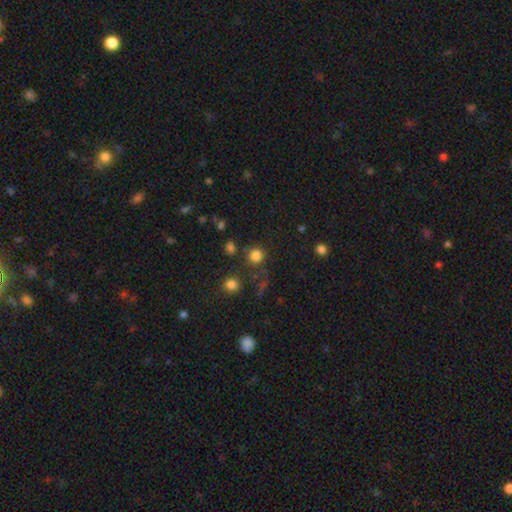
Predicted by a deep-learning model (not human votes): smooth_or_featured: smooth (p=0.80) [alt: star or artifact p=0.15]
how_rounded: round (p=0.92) [alt: in between p=0.07]
merging: none (p=0.78) [alt: minor disturbance p=0.10]